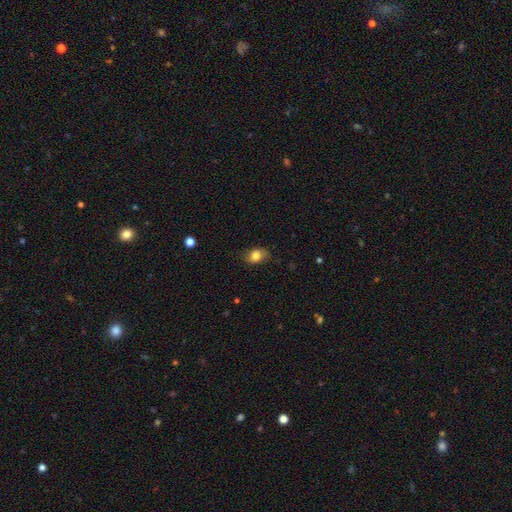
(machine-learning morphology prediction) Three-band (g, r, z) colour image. It shows a smooth galaxy with no disk features (82%) that is in between round and cigar-shaped (67%). Merging: none (77%).